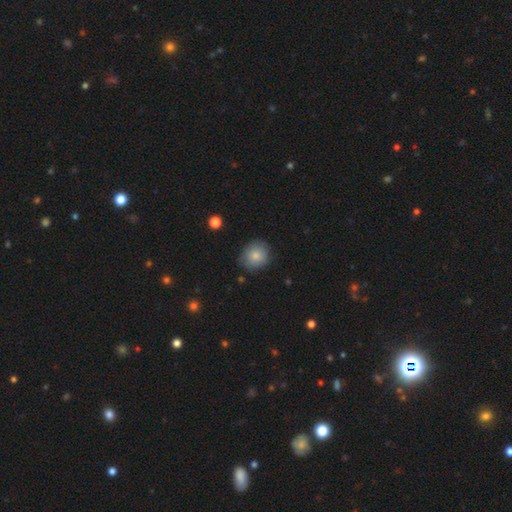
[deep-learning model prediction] Smooth or featured? Predicted: smooth (p=0.81). How rounded? Predicted: round (p=0.80). Merging? Predicted: none (p=0.78).